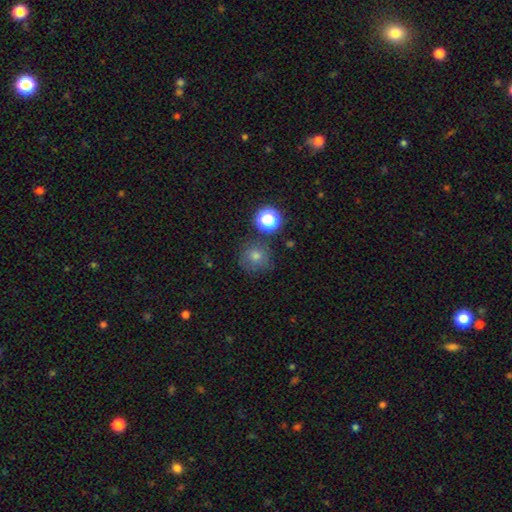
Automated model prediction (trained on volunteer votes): smooth 69%, star or artifact 20%, featured or disk 11%. Down the decision tree: how rounded — round (92%); merging — none (79%).